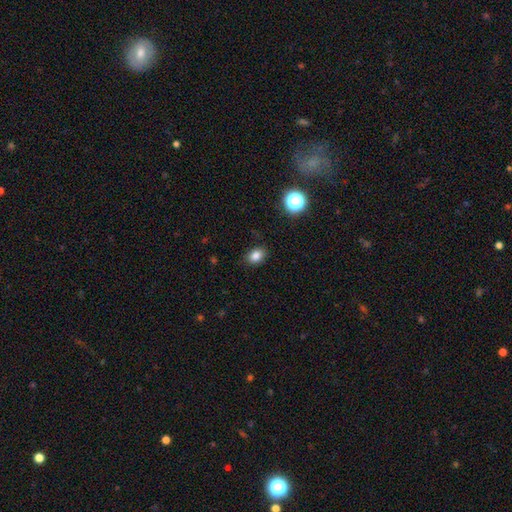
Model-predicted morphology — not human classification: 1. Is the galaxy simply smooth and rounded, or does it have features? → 82% smooth, 12% star or artifact, 6% featured or disk.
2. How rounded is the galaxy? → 66% in between, 33% round, 1% cigar-shaped.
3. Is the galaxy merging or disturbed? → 86% none, 10% minor disturbance, 3% major disturbance, 1% merger.